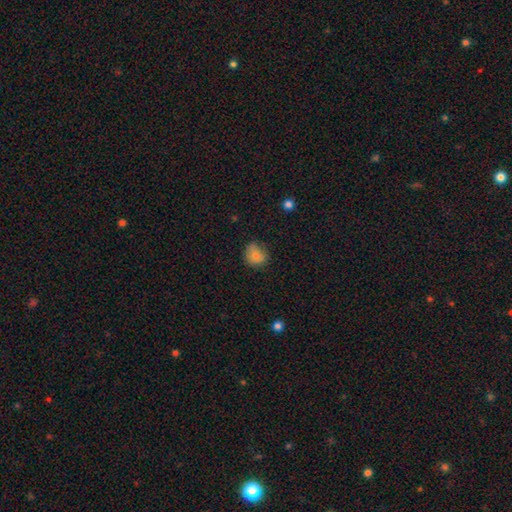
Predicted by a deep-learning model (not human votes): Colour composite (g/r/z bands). It shows a smooth galaxy with no disk features (77%) that is round (74%). Merging: none (64%).